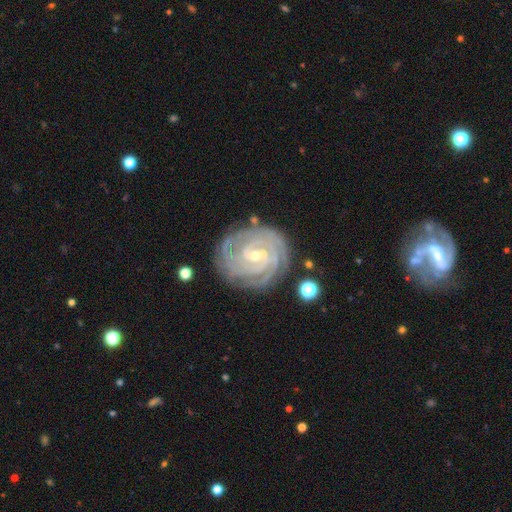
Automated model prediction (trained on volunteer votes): Q: Smooth or featured?
A: featured or disk (91%); runner-up: star or artifact (5%)
Q: Edge-on disk?
A: no (97%); runner-up: yes (3%)
Q: Bar?
A: weak (45%); runner-up: no (34%)
Q: Spiral arms?
A: yes (98%); runner-up: no (2%)
Q: Spiral winding?
A: tight (83%); runner-up: medium (15%)
Q: Spiral arm count?
A: 4 (33%); runner-up: 3 (23%)
Q: Bulge size?
A: small (69%); runner-up: moderate (28%)
Q: Merging?
A: none (81%); runner-up: minor disturbance (14%)